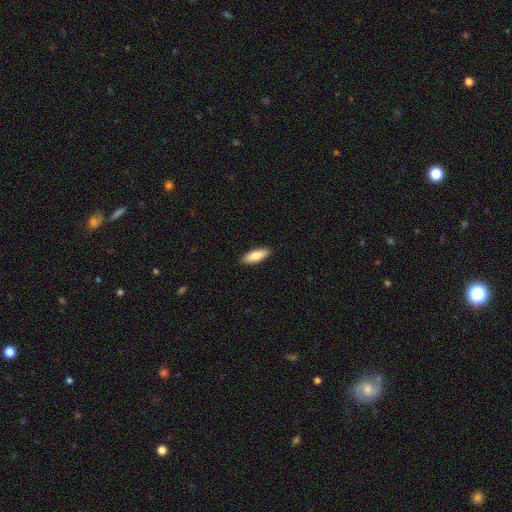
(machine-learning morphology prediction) Smooth or featured? Predicted: smooth (p=0.85). How rounded? Predicted: in between (p=0.64). Merging? Predicted: none (p=0.90).